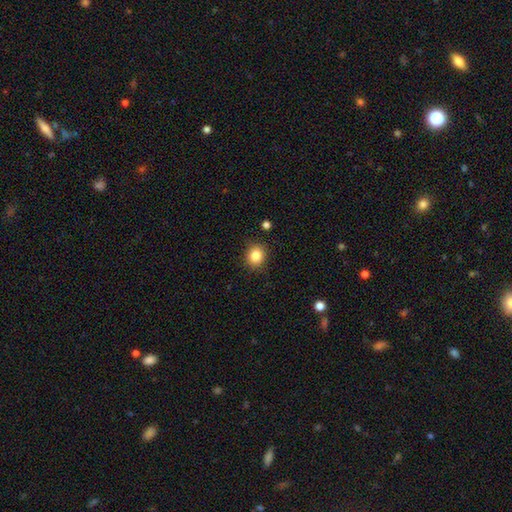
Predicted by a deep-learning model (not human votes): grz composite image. It shows a smooth galaxy with no disk features (84%) that is round (80%). Merging: none (88%).